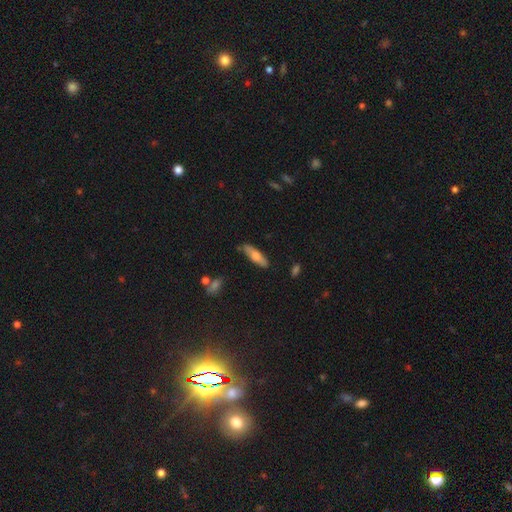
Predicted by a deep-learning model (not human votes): A smooth galaxy with no disk features (66%) that is cigar-shaped (56%). Merging: none (79%).